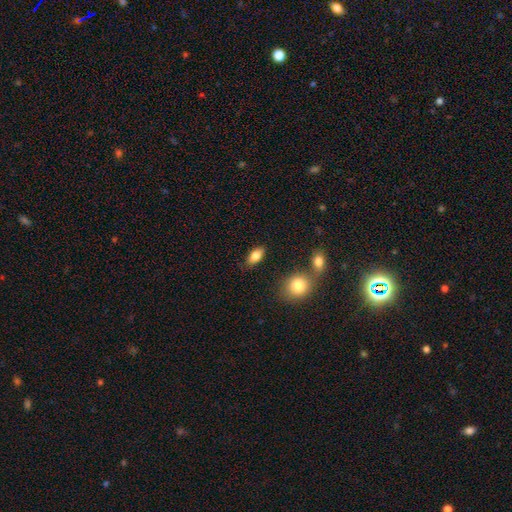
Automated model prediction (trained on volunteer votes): smooth 83%, featured or disk 9%, star or artifact 8%. Down the decision tree: how rounded — in between (89%); merging — none (82%).